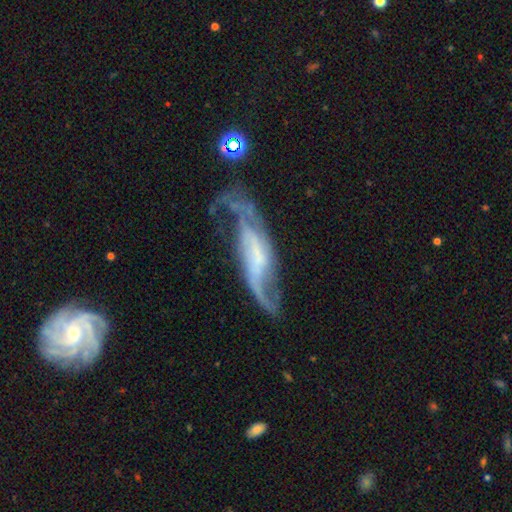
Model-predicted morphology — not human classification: Smooth or featured? featured or disk (83%)
Edge-on disk? no (85%)
Bar? weak (38%)
Spiral arms? yes (92%)
Spiral winding? loose (68%)
Spiral arm count? 2 (84%)
Bulge size? none (39%)
Merging? none (48%)